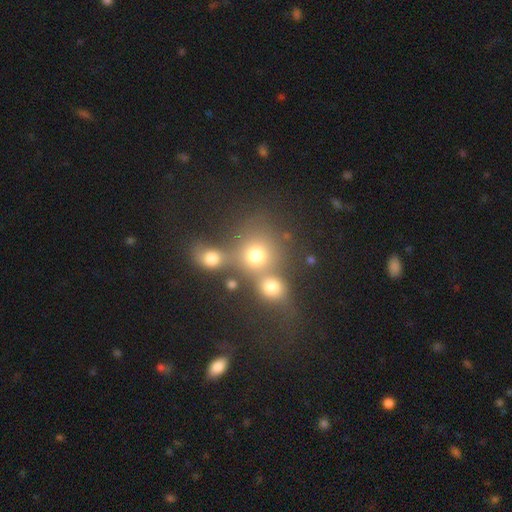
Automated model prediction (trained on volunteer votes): The model was most divided on "merging": merger: 51%, none: 37%, minor disturbance: 7%, major disturbance: 5%. More confident: how rounded — round (83%); smooth or featured — smooth (74%).